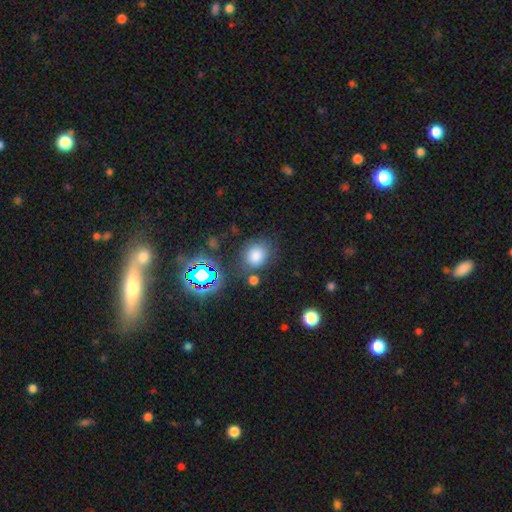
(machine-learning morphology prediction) smooth_or_featured: smooth (p=0.76) [alt: star or artifact p=0.17]
how_rounded: round (p=0.66) [alt: in between p=0.33]
merging: none (p=0.72) [alt: minor disturbance p=0.14]